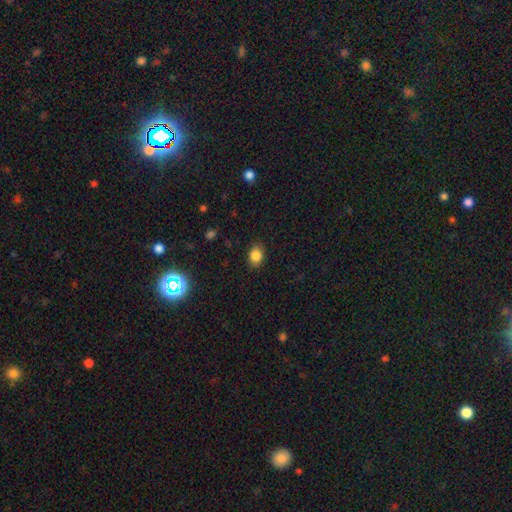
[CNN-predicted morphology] Q: Smooth or featured?
A: smooth (84%); runner-up: star or artifact (11%)
Q: How rounded?
A: in between (62%); runner-up: round (37%)
Q: Merging?
A: none (85%); runner-up: minor disturbance (11%)